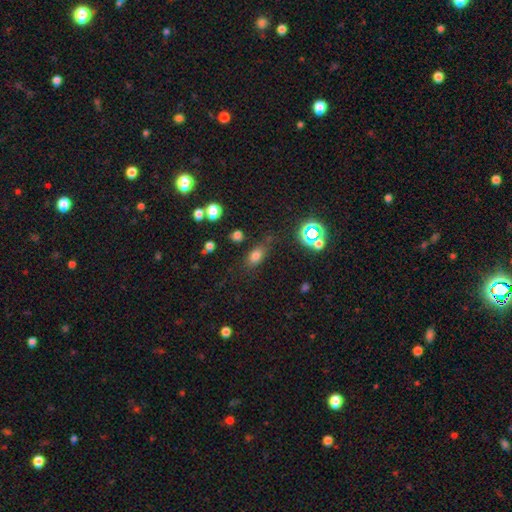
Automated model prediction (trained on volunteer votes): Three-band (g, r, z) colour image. It shows a smooth galaxy with no disk features (71%) that is in between round and cigar-shaped (72%). Merging: none (65%).